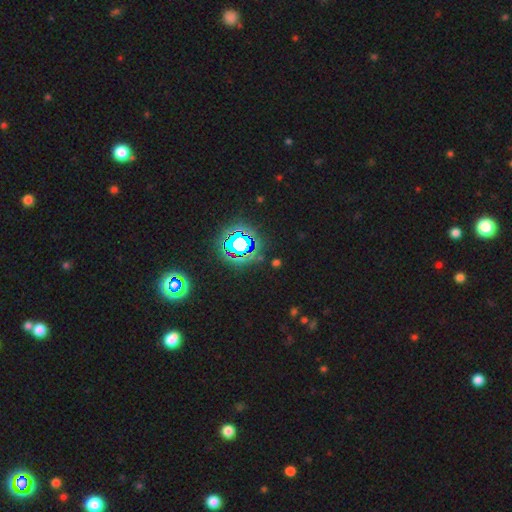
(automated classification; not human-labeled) Overall: star or artifact (80%).